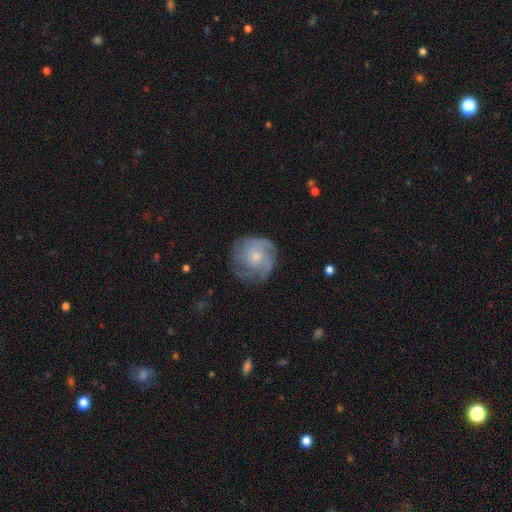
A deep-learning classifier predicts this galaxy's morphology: featured or disk 66%, smooth 27%, star or artifact 7%. Down the decision tree: edge-on disk — no (98%); bar — no (82%); spiral arms — yes (85%); spiral arm count — can't tell (41%); spiral winding — tight (54%); bulge size — small (53%); merging — none (72%).